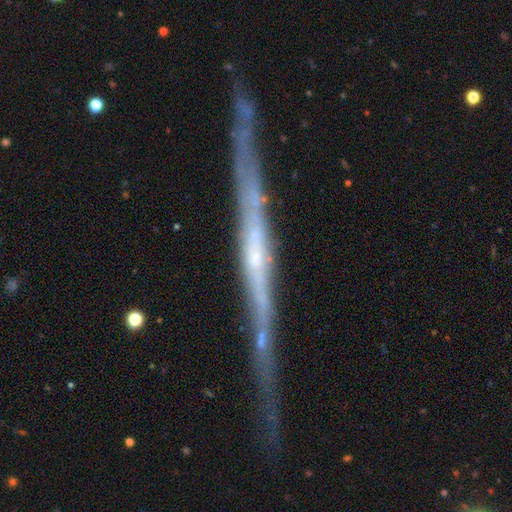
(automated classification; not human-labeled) Smooth or featured? Predicted: featured or disk (p=0.83). Edge-on disk? Predicted: yes (p=0.96). Edge-on bulge? Predicted: none (p=0.59). Merging? Predicted: none (p=0.80).